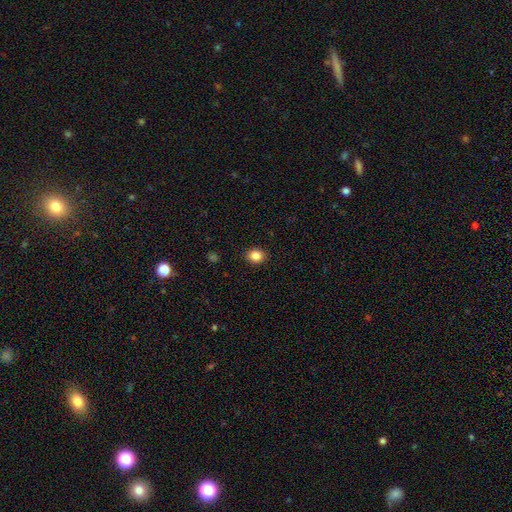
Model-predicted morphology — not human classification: Q: Smooth or featured?
A: smooth (85%); runner-up: star or artifact (10%)
Q: How rounded?
A: round (64%); runner-up: in between (35%)
Q: Merging?
A: none (91%); runner-up: minor disturbance (7%)